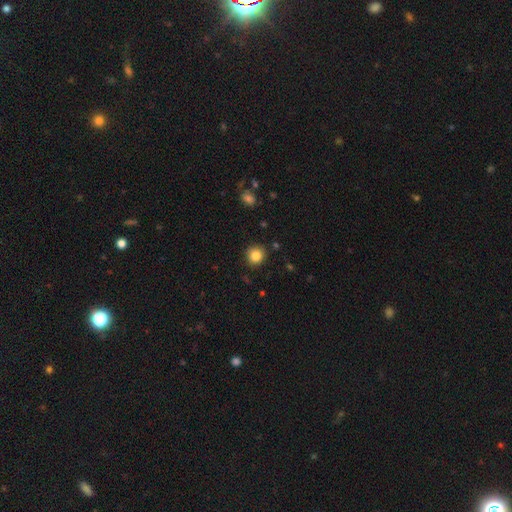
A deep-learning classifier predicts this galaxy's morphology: Smooth or featured?
  - smooth: 84% *
  - star or artifact: 11%
  - featured or disk: 6%
How rounded?
  - round: 91% *
  - in between: 8%
  - cigar-shaped: 1%
Merging?
  - none: 90% *
  - minor disturbance: 7%
  - major disturbance: 2%
  - merger: 1%